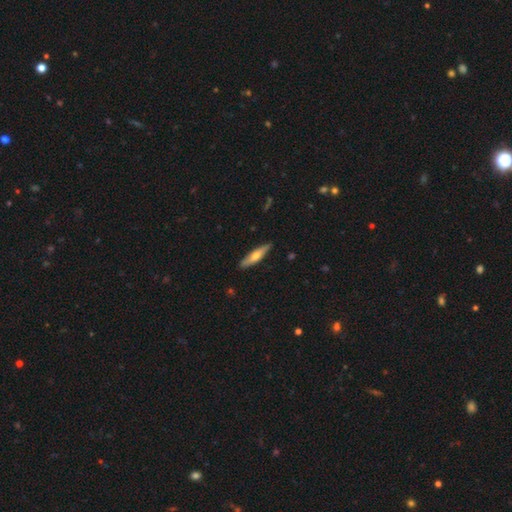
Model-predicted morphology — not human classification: This is possibly a smooth galaxy (54%). How rounded: likely cigar-shaped (79%). Merging: clearly none (88%).